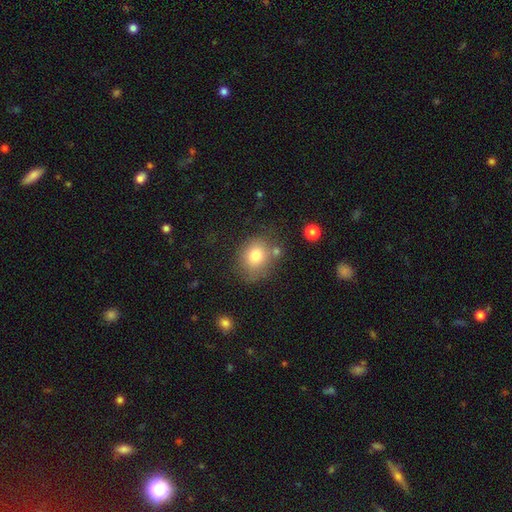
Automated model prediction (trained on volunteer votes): Smooth or featured: smooth — 77% (featured or disk — 12%)
How rounded: round — 64% (in between — 35%)
Merging: none — 62% (minor disturbance — 20%)